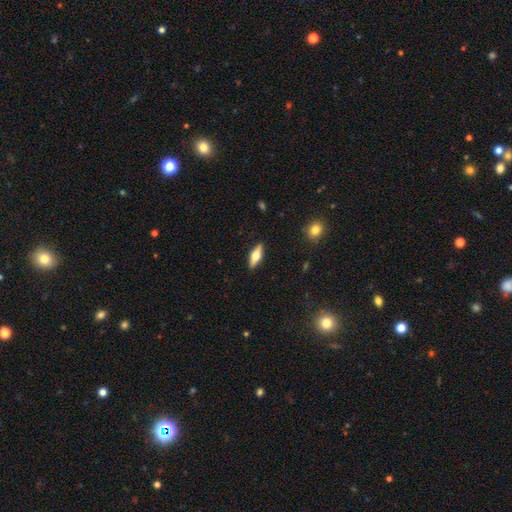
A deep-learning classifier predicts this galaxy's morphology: This is possibly a smooth galaxy (48%). Merging: clearly none (89%).